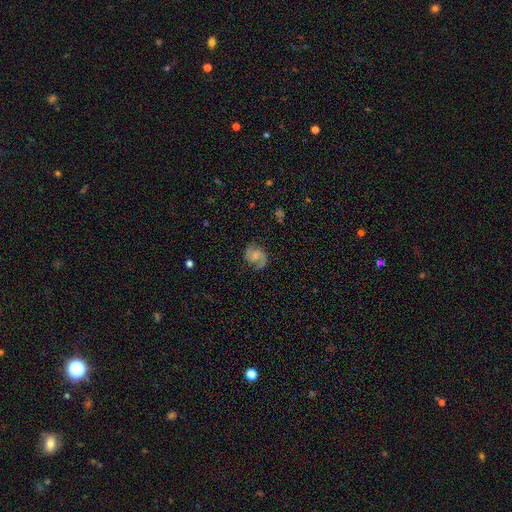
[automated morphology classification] smooth_or_featured: featured or disk (p=0.83) [alt: smooth p=0.11]
disk_edge_on: no (p=0.98) [alt: yes p=0.02]
bar: no (p=0.52) [alt: weak p=0.41]
has_spiral_arms: yes (p=0.97) [alt: no p=0.03]
spiral_winding: medium (p=0.55) [alt: loose p=0.25]
spiral_arm_count: 2 (p=0.87) [alt: 1 p=0.07]
bulge_size: moderate (p=0.41) [alt: small p=0.37]
merging: none (p=0.77) [alt: minor disturbance p=0.15]